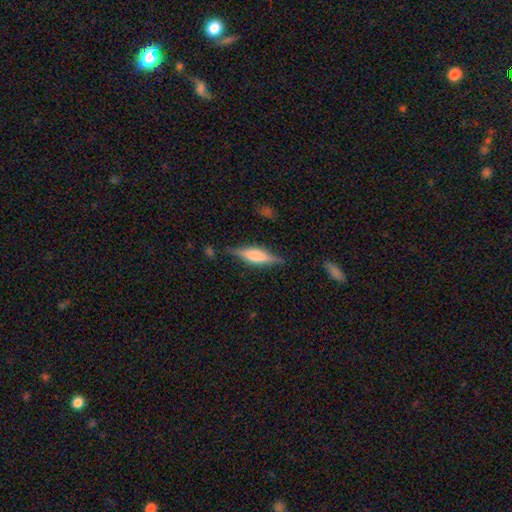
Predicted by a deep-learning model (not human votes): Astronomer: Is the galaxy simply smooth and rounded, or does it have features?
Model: featured or disk — 51% (runner-up: smooth, 42%).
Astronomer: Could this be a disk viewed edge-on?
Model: yes — 94%.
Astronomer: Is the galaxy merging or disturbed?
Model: none — 80%.